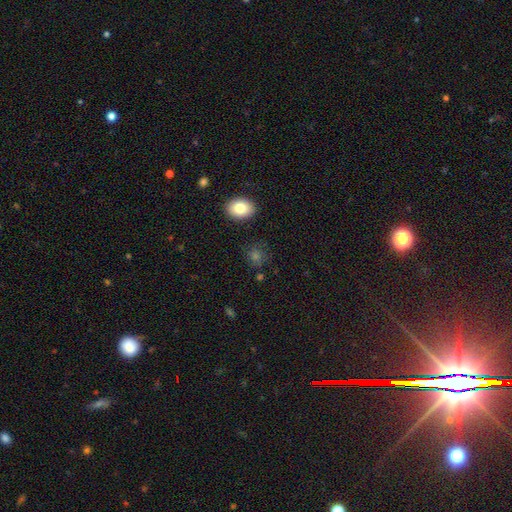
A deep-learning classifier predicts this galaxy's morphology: Smooth or featured?
  - smooth: 69% *
  - star or artifact: 20%
  - featured or disk: 10%
How rounded?
  - round: 69% *
  - in between: 29%
  - cigar-shaped: 2%
Merging?
  - none: 83% *
  - minor disturbance: 11%
  - major disturbance: 4%
  - merger: 3%